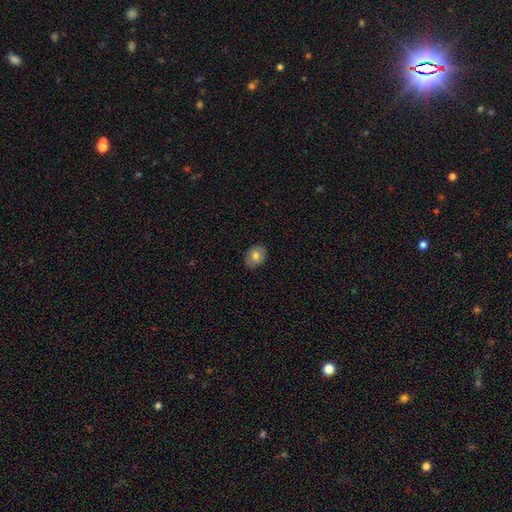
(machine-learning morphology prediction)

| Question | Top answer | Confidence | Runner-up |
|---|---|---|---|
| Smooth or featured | smooth | 79% | featured or disk (13%) |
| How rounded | in between | 69% | round (30%) |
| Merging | none | 87% | minor disturbance (10%) |